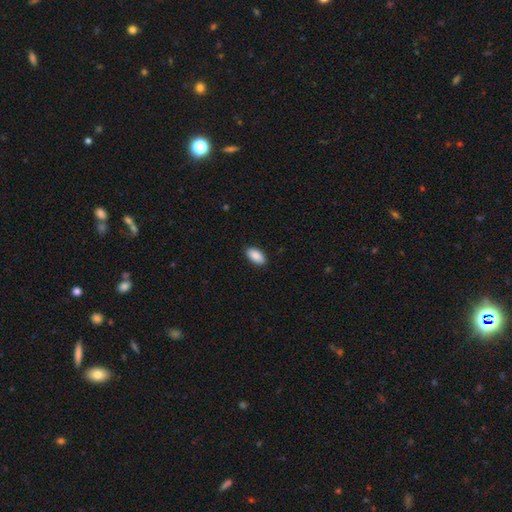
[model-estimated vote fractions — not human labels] Overall: smooth (90%). How rounded: in between (94%). Merging: none (89%).